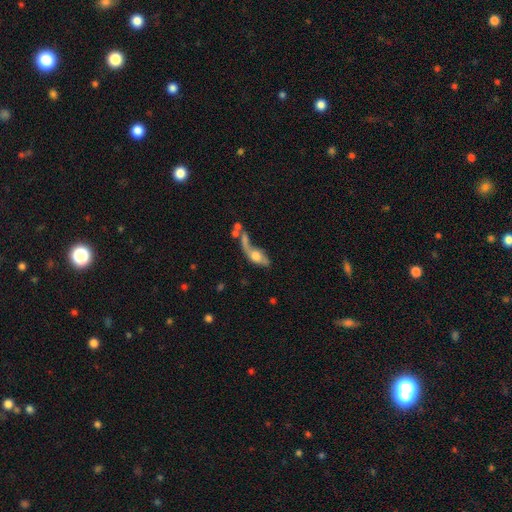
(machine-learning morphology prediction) The model was most divided on "merging" (2-way tie): merger: 33%, major disturbance: 33%, none: 20%, minor disturbance: 14%. Remaining: smooth or featured — featured or disk (47%).